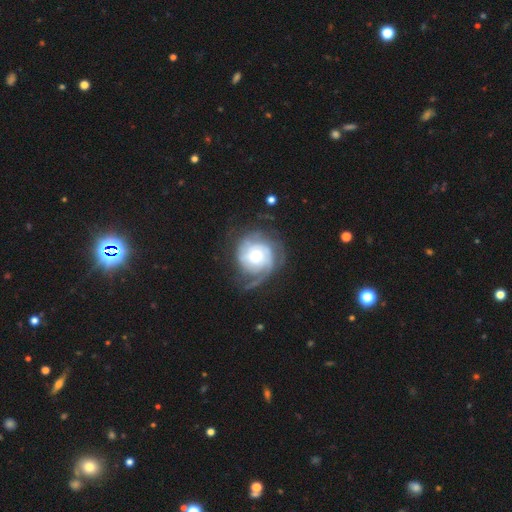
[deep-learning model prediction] featured or disk 81%, smooth 14%, star or artifact 6%. Down the decision tree: edge-on disk — no (98%); bar — no (75%); spiral arms — yes (93%); spiral arm count — can't tell (30%); spiral winding — tight (56%); bulge size — moderate (59%); merging — none (60%).